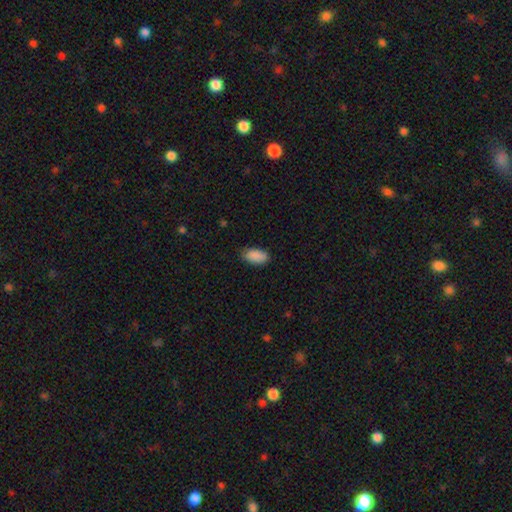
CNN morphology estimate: type=smooth (89%); roundness=in between (94%); merging=none (77%).